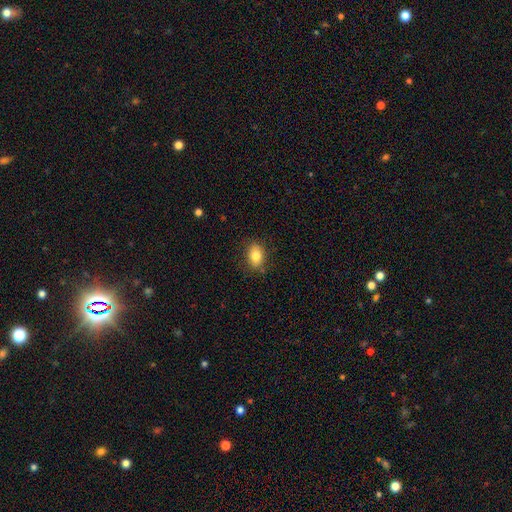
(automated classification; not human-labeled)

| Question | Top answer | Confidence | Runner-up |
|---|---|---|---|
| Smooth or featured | smooth | 81% | featured or disk (10%) |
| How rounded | in between | 79% | round (19%) |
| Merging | none | 83% | minor disturbance (13%) |